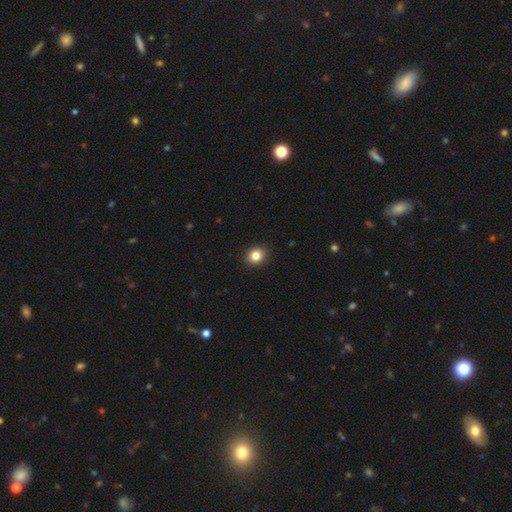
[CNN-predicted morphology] Overall: smooth (83%). How rounded: round (73%). Merging: none (92%).